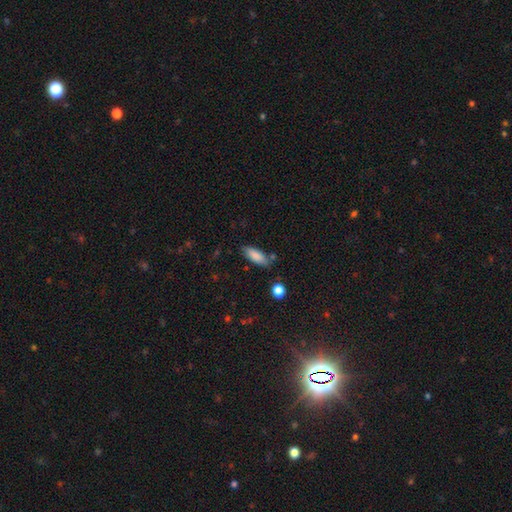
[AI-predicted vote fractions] The model was most divided on "how rounded": in between: 70%, cigar-shaped: 28%, round: 2%. More confident: smooth or featured — smooth (85%); merging — none (75%).